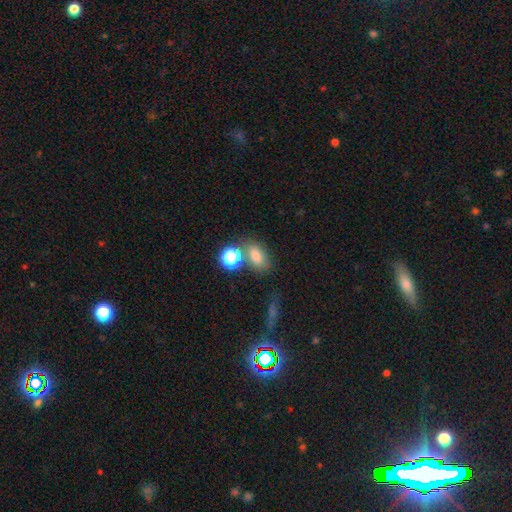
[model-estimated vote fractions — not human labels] A smooth galaxy with no disk features (73%) that is in between round and cigar-shaped (76%).

Vote fractions:
- Smooth or featured? smooth: 73% / star or artifact: 17% / featured or disk: 10%
- How rounded? in between: 76% / round: 20% / cigar-shaped: 3%
- Merging? none: 60% / merger: 21% / minor disturbance: 13% / major disturbance: 6%